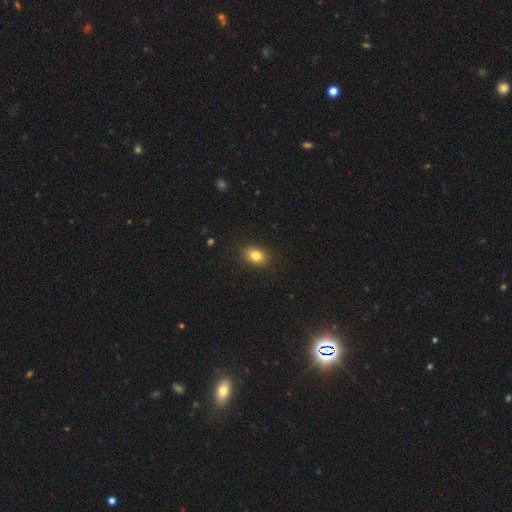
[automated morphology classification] Smooth or featured? smooth (83%)
How rounded? in between (72%)
Merging? none (89%)